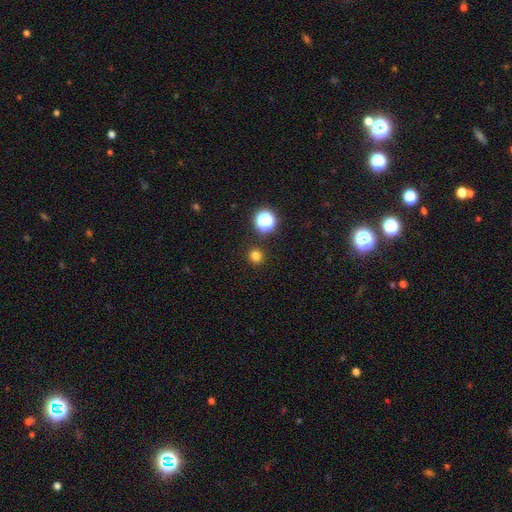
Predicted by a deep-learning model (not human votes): Smooth or featured? Predicted: smooth (p=0.78). How rounded? Predicted: round (p=0.95). Merging? Predicted: none (p=0.91).